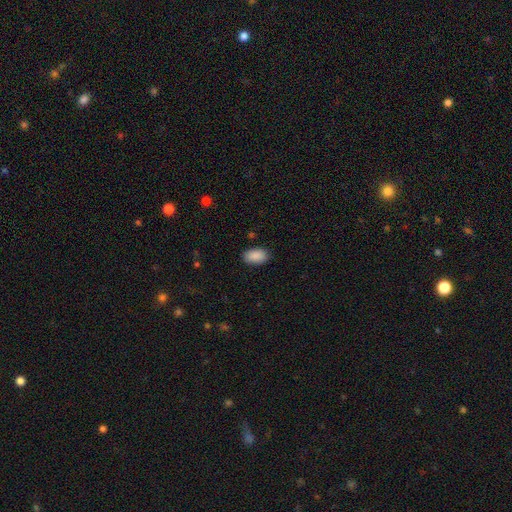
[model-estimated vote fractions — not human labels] This is clearly a smooth galaxy (90%). How rounded: clearly in between (93%). Merging: clearly none (87%).